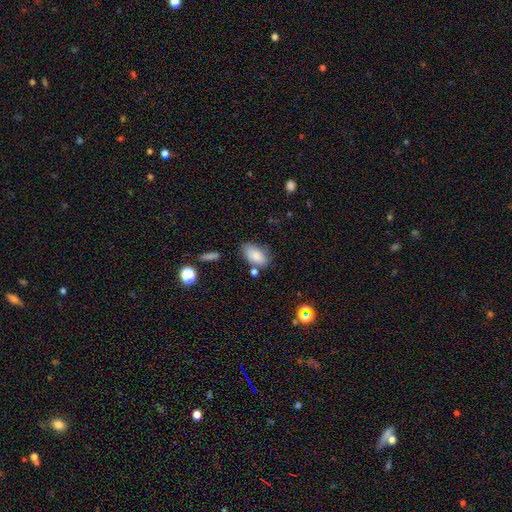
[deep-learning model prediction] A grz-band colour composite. It shows a smooth galaxy with no disk features (83%) that is in between round and cigar-shaped (92%). Merging: none (66%).